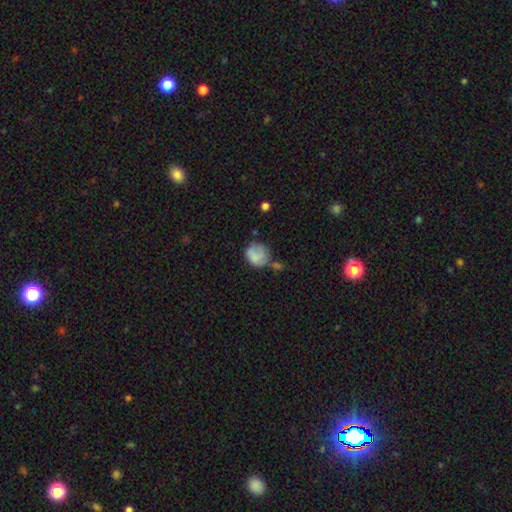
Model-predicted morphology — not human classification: Q: Smooth or featured?
A: smooth (72%); runner-up: featured or disk (19%)
Q: How rounded?
A: round (67%); runner-up: in between (32%)
Q: Merging?
A: none (38%); runner-up: minor disturbance (29%)